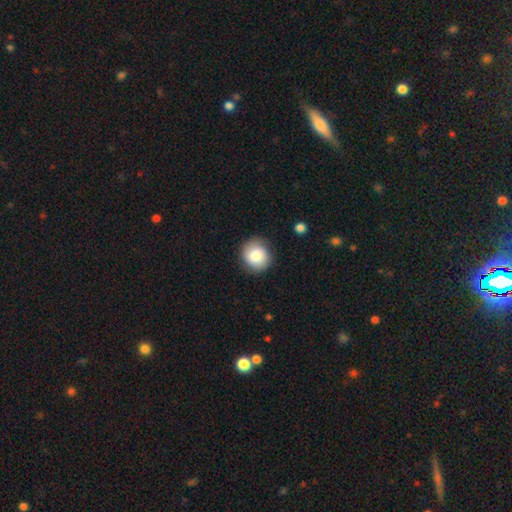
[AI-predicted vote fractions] This is clearly a smooth galaxy (82%). How rounded: clearly round (88%). Merging: clearly none (86%).